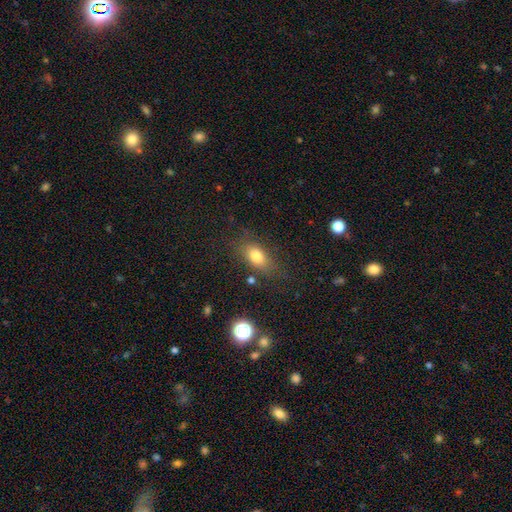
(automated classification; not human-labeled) Smooth or featured? smooth (78%)
How rounded? in between (81%)
Merging? none (74%)